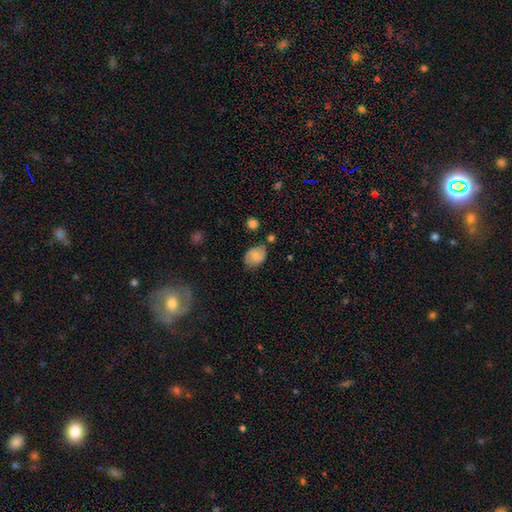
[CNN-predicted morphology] smooth_or_featured: smooth (p=0.66) [alt: featured or disk p=0.25]
how_rounded: in between (p=0.70) [alt: round p=0.29]
merging: none (p=0.66) [alt: minor disturbance p=0.24]